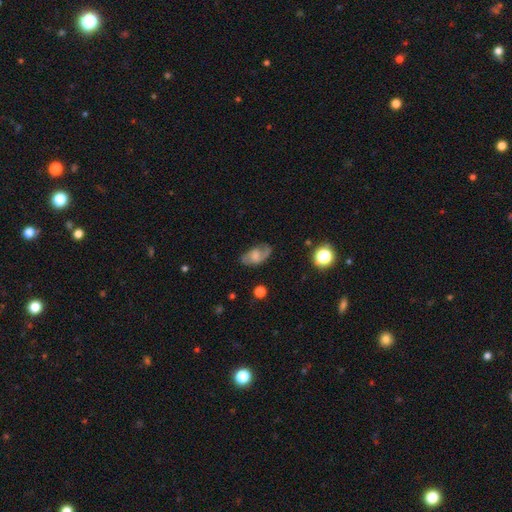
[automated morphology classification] A featured or disk galaxy (56%) with no bar (55%), spiral arms (84%) and a moderate central bulge (38%).

Vote fractions:
- Smooth or featured? featured or disk: 56% / smooth: 36% / star or artifact: 8%
- Edge-on disk? no: 94% / yes: 6%
- Bar? no: 55% / weak: 38% / strong: 7%
- Spiral arms? yes: 84% / no: 16%
- Bulge size? moderate: 38% / small: 29% / none: 18% / large: 14% / dominant: 2%
- Merging? none: 68% / minor disturbance: 21% / major disturbance: 9% / merger: 2%